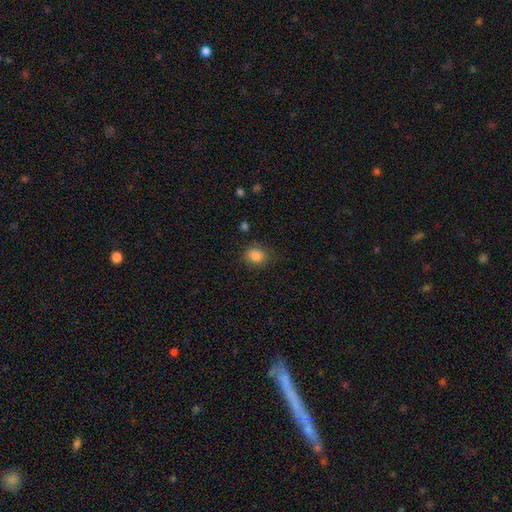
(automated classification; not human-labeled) smooth 86%, star or artifact 10%, featured or disk 4%. Down the decision tree: how rounded — round (54%); merging — none (78%).